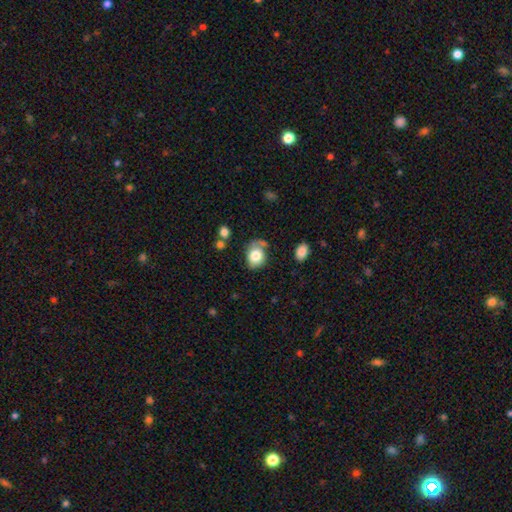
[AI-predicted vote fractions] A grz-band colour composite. It shows a smooth galaxy with no disk features (78%) that is in between round and cigar-shaped (56%). Merging: none (57%).